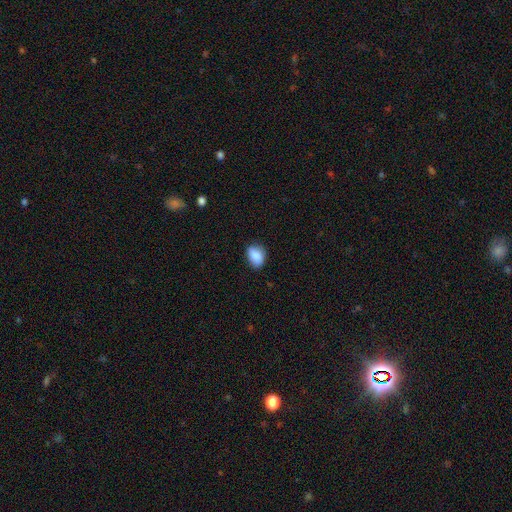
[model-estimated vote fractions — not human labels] This is clearly a smooth galaxy (87%). How rounded: likely in between (79%). Merging: likely none (76%).